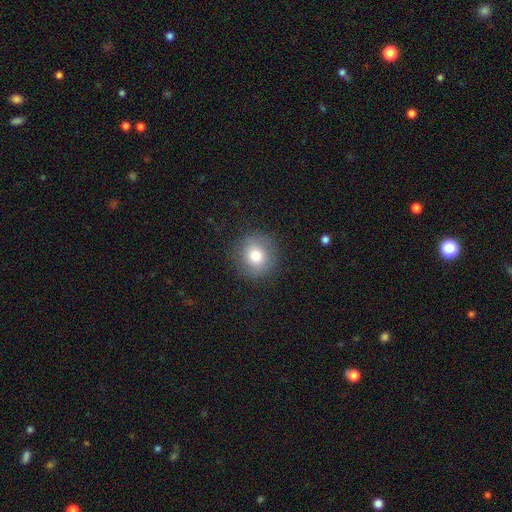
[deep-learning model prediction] Morphology: type=smooth (76%); roundness=round (91%); merging=none (85%).